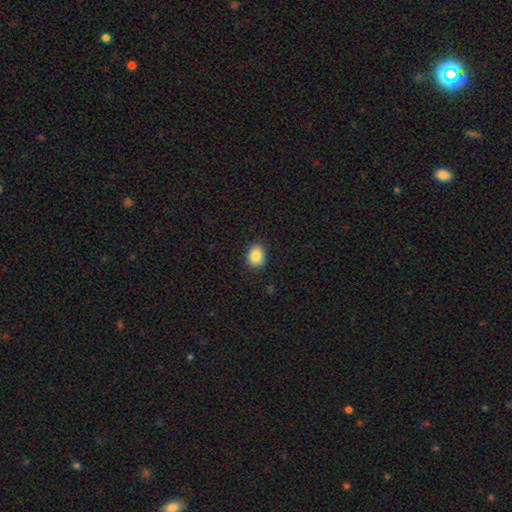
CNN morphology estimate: Smooth or featured? smooth (86%)
How rounded? round (52%)
Merging? none (85%)